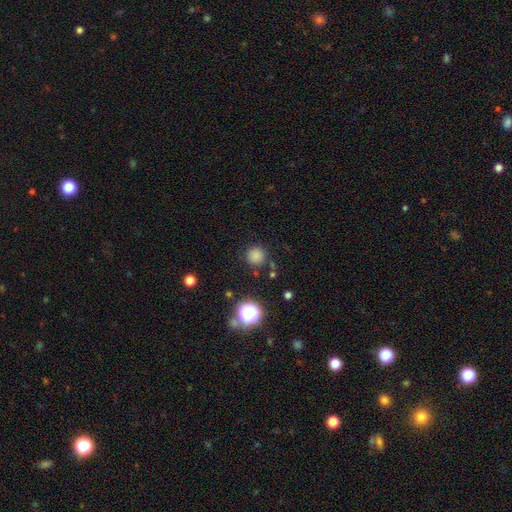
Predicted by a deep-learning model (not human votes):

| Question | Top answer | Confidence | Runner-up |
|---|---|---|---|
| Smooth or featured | smooth | 80% | star or artifact (16%) |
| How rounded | round | 95% | in between (4%) |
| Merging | none | 86% | minor disturbance (8%) |